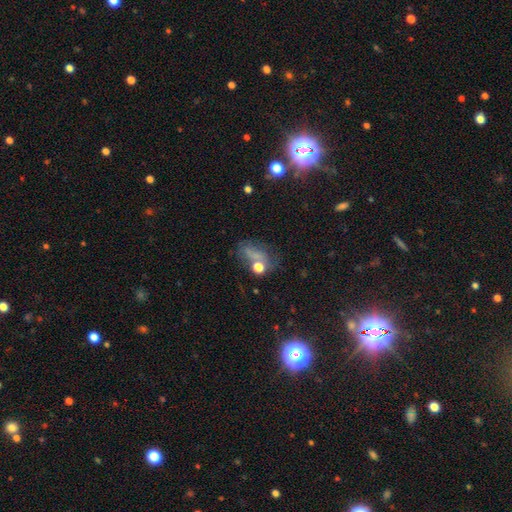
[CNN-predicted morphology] Smooth or featured?
  - smooth: 49% *
  - star or artifact: 32%
  - featured or disk: 19%
Merging?
  - none: 46% *
  - major disturbance: 21%
  - minor disturbance: 21%
  - merger: 13%